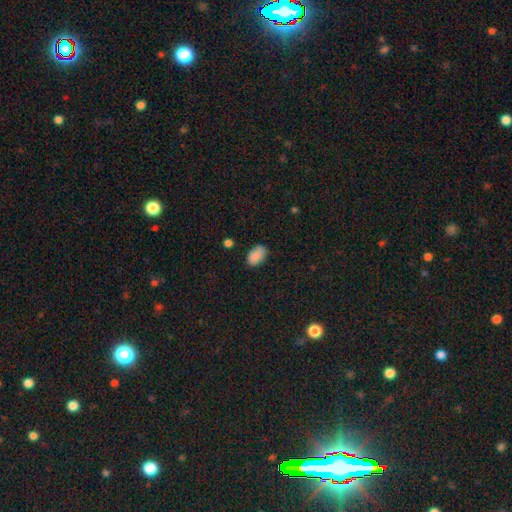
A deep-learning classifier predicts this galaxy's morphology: type=smooth (87%); roundness=in between (91%); merging=none (79%).